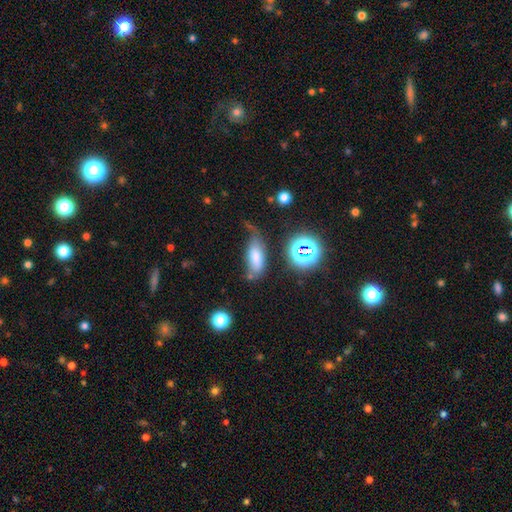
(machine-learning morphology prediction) Smooth or featured? Predicted: smooth (p=0.67). How rounded? Predicted: in between (p=0.79). Merging? Predicted: none (p=0.46).